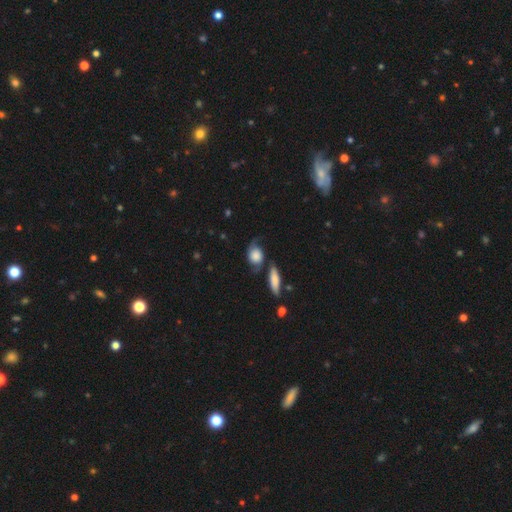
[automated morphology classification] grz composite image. It shows a featured or disk galaxy (50%). Merging: none (50%).